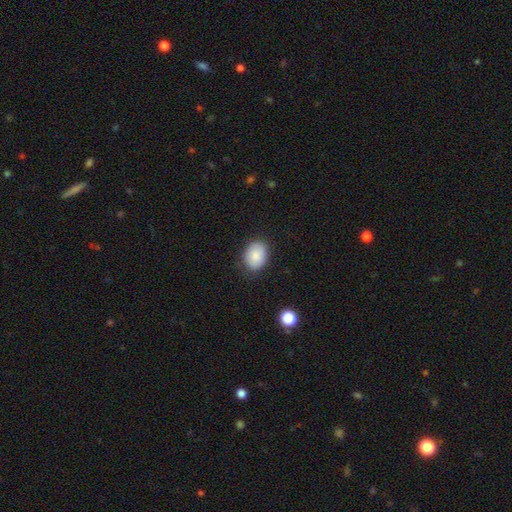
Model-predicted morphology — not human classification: smooth 87%, star or artifact 7%, featured or disk 6%. Down the decision tree: how rounded — in between (68%); merging — none (83%).